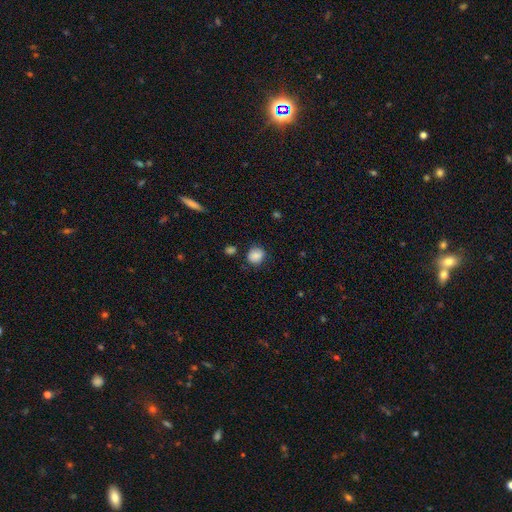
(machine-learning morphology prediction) Smooth or featured? smooth (86%)
How rounded? round (75%)
Merging? none (77%)